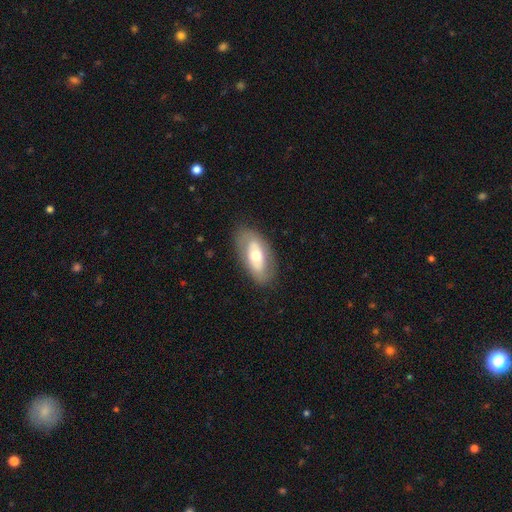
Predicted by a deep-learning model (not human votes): smooth 47% (tied), featured or disk 47% (tied), star or artifact 6%. Down the decision tree: merging — none (80%).